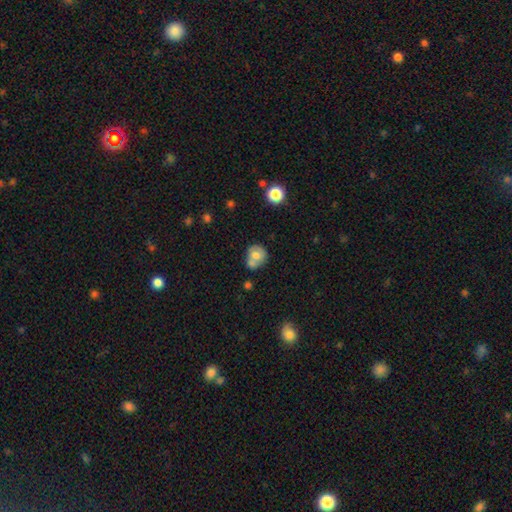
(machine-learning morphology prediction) type=smooth (65%); roundness=round (75%); merging=none (42%).